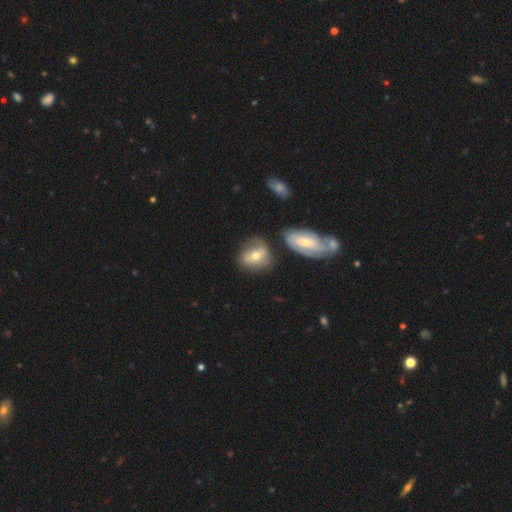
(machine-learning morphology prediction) smooth_or_featured: smooth (p=0.55) [alt: featured or disk p=0.38]
how_rounded: round (p=0.57) [alt: in between p=0.41]
merging: none (p=0.54) [alt: minor disturbance p=0.21]